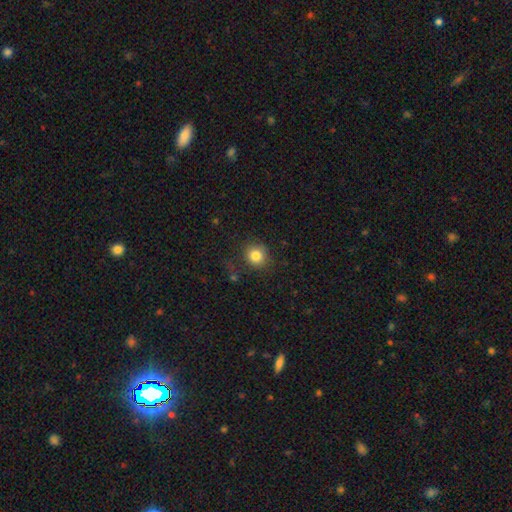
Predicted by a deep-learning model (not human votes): smooth_or_featured: smooth (p=0.83) [alt: star or artifact p=0.11]
how_rounded: round (p=0.86) [alt: in between p=0.13]
merging: none (p=0.81) [alt: minor disturbance p=0.12]